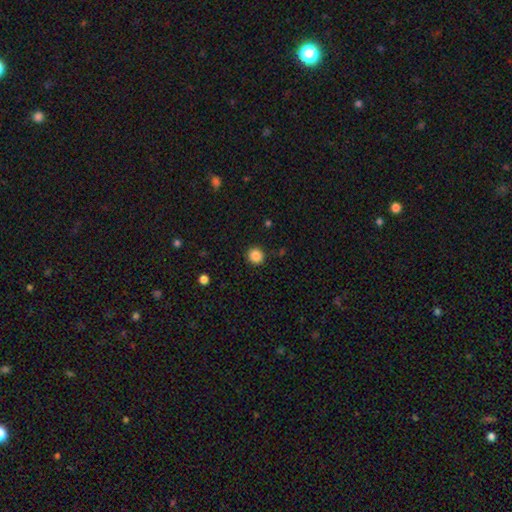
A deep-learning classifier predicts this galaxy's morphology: Overall: smooth (87%). How rounded: round (87%). Merging: none (90%).